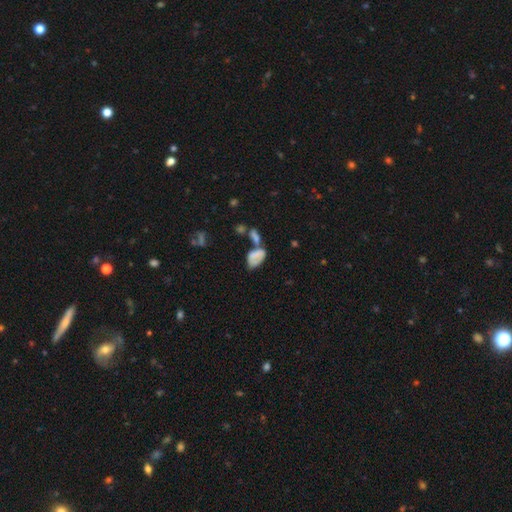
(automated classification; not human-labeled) Overall: smooth (68%). How rounded: in between (92%). Merging: merger (40%; none 28%).